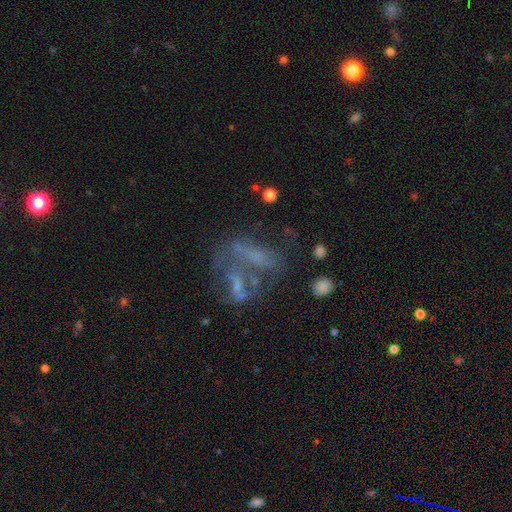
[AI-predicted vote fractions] Smooth or featured? featured or disk (53%)
Edge-on disk? no (92%)
Merging? merger (30%)